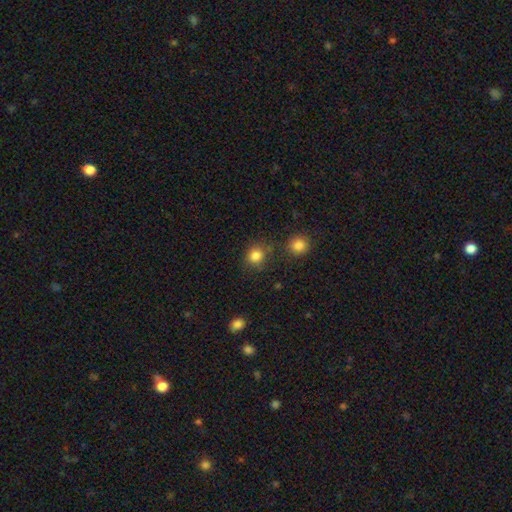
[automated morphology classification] Smooth or featured: smooth — 82% (star or artifact — 13%)
How rounded: round — 82% (in between — 17%)
Merging: none — 76% (minor disturbance — 12%)